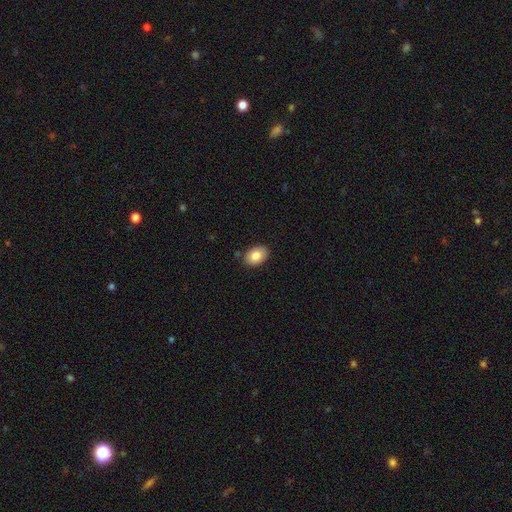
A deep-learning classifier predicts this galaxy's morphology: Smooth or featured?
  - smooth: 83% *
  - featured or disk: 9%
  - star or artifact: 7%
How rounded?
  - in between: 80% *
  - round: 19%
  - cigar-shaped: 1%
Merging?
  - none: 85% *
  - minor disturbance: 11%
  - major disturbance: 2%
  - merger: 2%